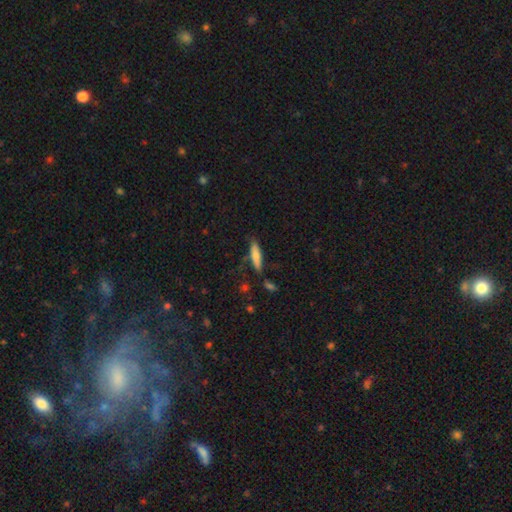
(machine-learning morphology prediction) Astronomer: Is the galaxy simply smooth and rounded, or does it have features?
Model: smooth — 74%.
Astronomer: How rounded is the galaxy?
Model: cigar-shaped — 79%.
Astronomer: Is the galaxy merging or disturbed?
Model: none — 73%.